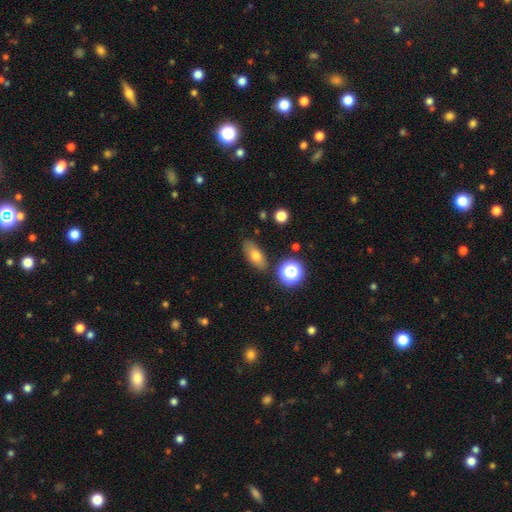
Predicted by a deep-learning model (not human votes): Morphology: type=smooth (72%); roundness=in between (77%); merging=none (82%).